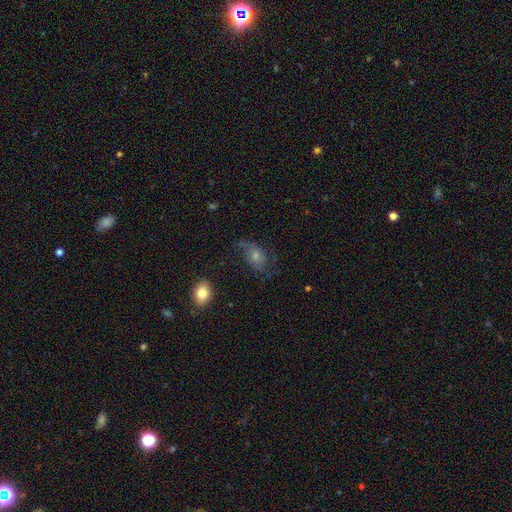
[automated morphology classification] Overall: featured or disk (59%; smooth 25%). Edge-on disk: no (95%). Bar: no (73%). Spiral arms: yes (86%). Bulge size: moderate (45%; small 44%). Merging: none (58%; minor disturbance 21%).